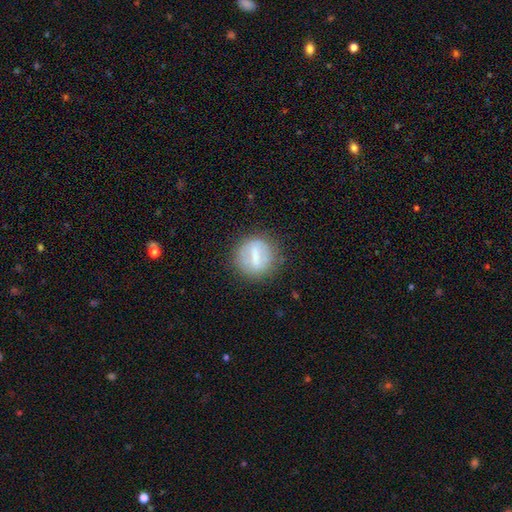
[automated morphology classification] This is possibly a featured or disk galaxy (47%). Merging: likely none (77%).